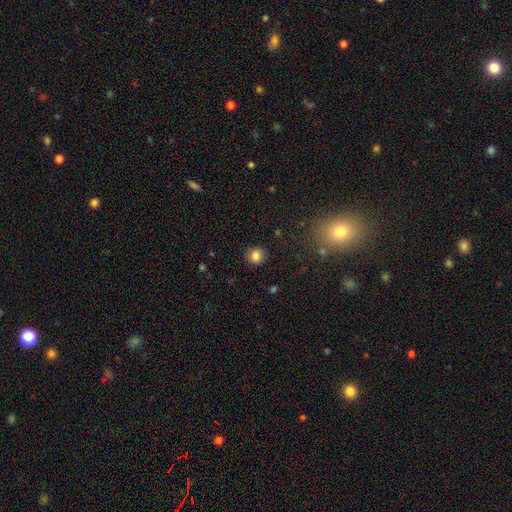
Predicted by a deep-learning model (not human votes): smooth 83%, star or artifact 11%, featured or disk 6%. Down the decision tree: how rounded — round (82%); merging — none (88%).